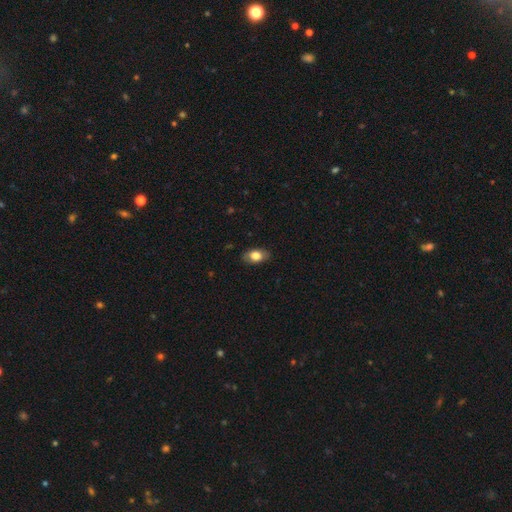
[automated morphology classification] Smooth or featured? smooth (77%)
How rounded? in between (89%)
Merging? none (83%)